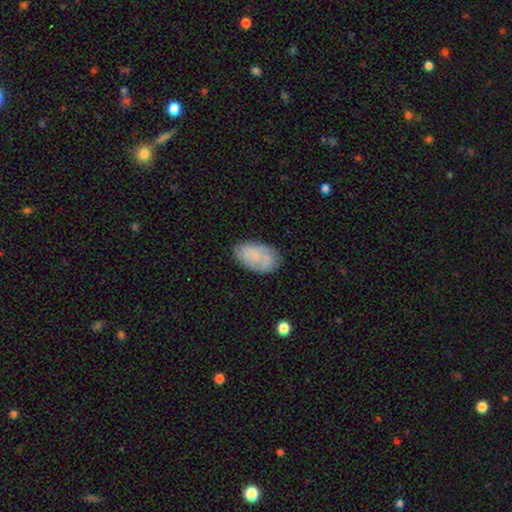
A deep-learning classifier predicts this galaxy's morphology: Q: Smooth or featured?
A: smooth (53%); runner-up: featured or disk (39%)
Q: How rounded?
A: in between (91%); runner-up: round (7%)
Q: Merging?
A: none (74%); runner-up: minor disturbance (19%)